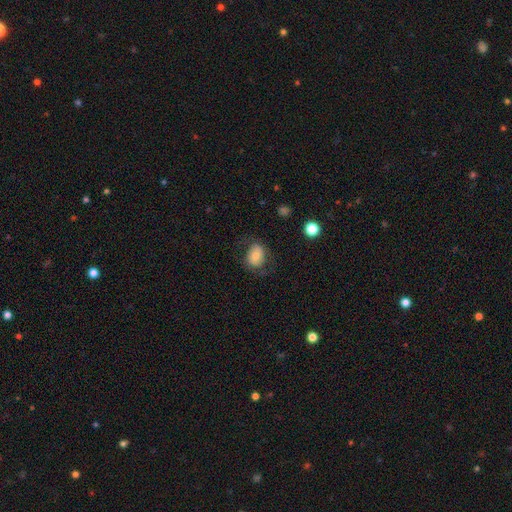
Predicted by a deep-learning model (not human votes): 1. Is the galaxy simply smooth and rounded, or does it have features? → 68% smooth, 24% featured or disk, 8% star or artifact.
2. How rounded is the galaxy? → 61% in between, 38% round, 1% cigar-shaped.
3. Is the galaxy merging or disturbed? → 67% none, 19% minor disturbance, 12% major disturbance, 1% merger.